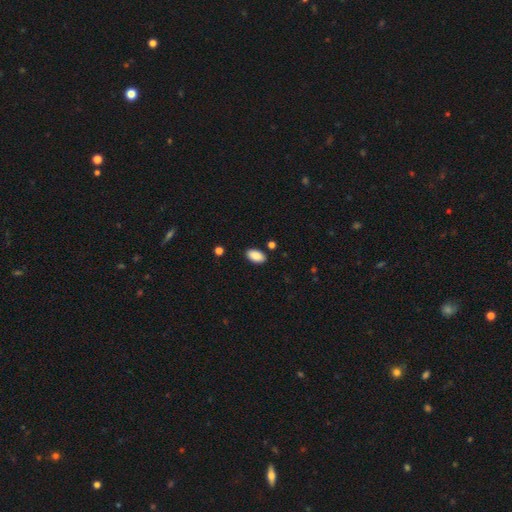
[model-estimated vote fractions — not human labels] A smooth galaxy with no disk features (89%) that is in between round and cigar-shaped (94%).

Vote fractions:
- Smooth or featured? smooth: 89% / star or artifact: 7% / featured or disk: 4%
- How rounded? in between: 94% / round: 4% / cigar-shaped: 2%
- Merging? none: 87% / minor disturbance: 9% / merger: 2% / major disturbance: 2%